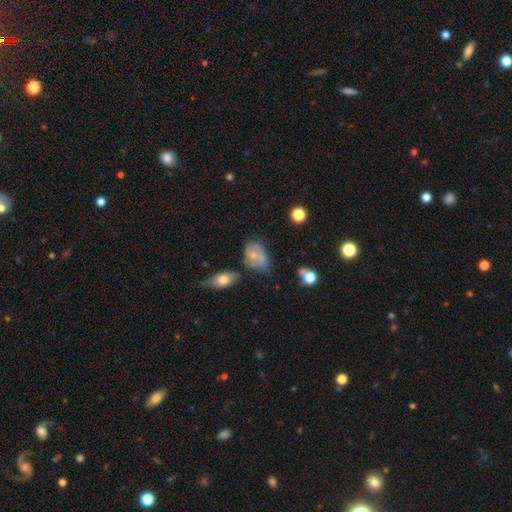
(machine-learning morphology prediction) Q: Smooth or featured?
A: smooth (57%); runner-up: featured or disk (33%)
Q: How rounded?
A: in between (77%); runner-up: round (21%)
Q: Merging?
A: none (34%); runner-up: minor disturbance (32%)